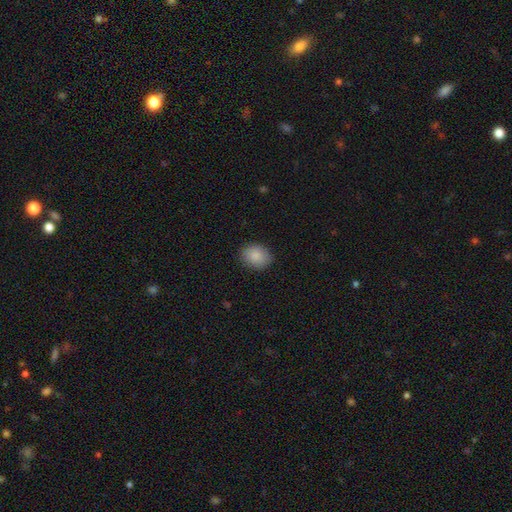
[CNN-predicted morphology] Smooth or featured?
  - smooth: 88% *
  - star or artifact: 7%
  - featured or disk: 5%
How rounded?
  - round: 54% *
  - in between: 45%
  - cigar-shaped: 1%
Merging?
  - none: 86% *
  - minor disturbance: 10%
  - major disturbance: 3%
  - merger: 1%